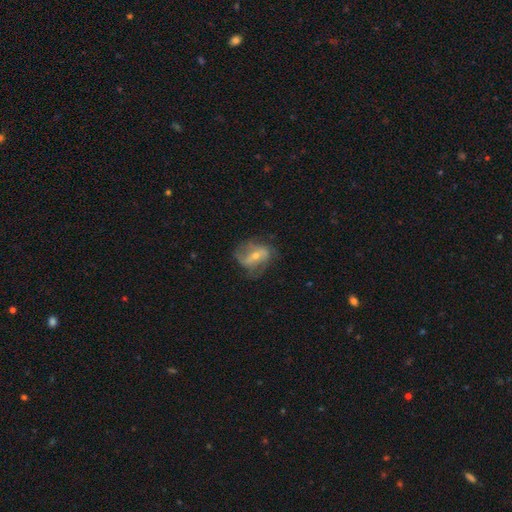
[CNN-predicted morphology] smooth-or-featured: featured or disk: 73% | smooth: 18% | star or artifact: 9%
  disk-edge-on: no: 94% | yes: 6%
    bar: weak: 38% | strong: 37% | no: 25%
    has-spiral-arms: yes: 83% | no: 17%
      spiral-winding: loose: 41% | medium: 39% | tight: 20%
      spiral-arm-count: 2: 60% | can't tell: 18% | 3: 11% | 1: 6% | 4: 3% | more than 4: 2%
    bulge-size: small: 53% | moderate: 42% | none: 2% | large: 2% | dominant: 1%
  merging: none: 61% | minor disturbance: 23% | major disturbance: 15% | merger: 2%